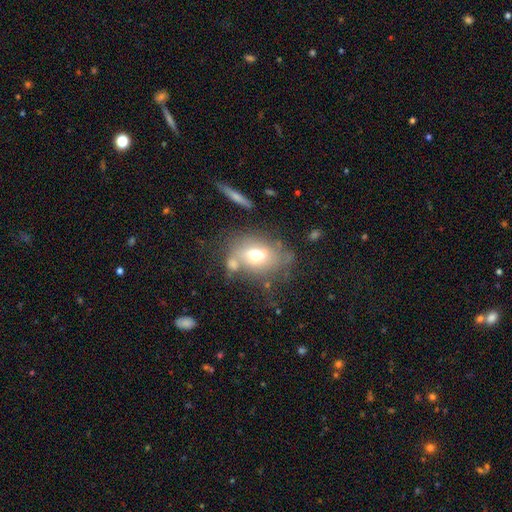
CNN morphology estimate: Smooth or featured? smooth (59%)
How rounded? in between (64%)
Merging? none (50%)